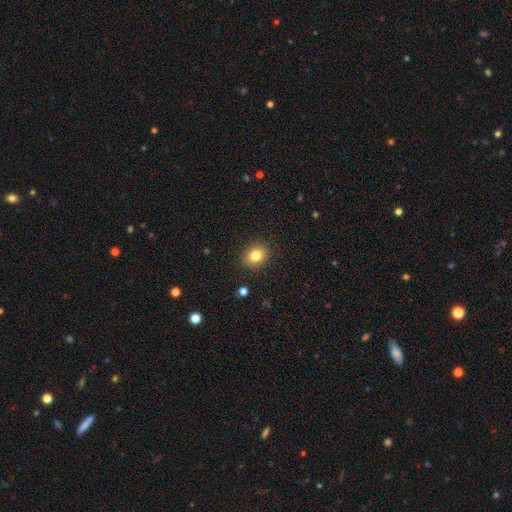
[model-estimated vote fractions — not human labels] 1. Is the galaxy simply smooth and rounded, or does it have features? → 81% smooth, 11% star or artifact, 8% featured or disk.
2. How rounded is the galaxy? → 61% round, 38% in between, 1% cigar-shaped.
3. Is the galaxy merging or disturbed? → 90% none, 7% minor disturbance, 2% major disturbance, 1% merger.